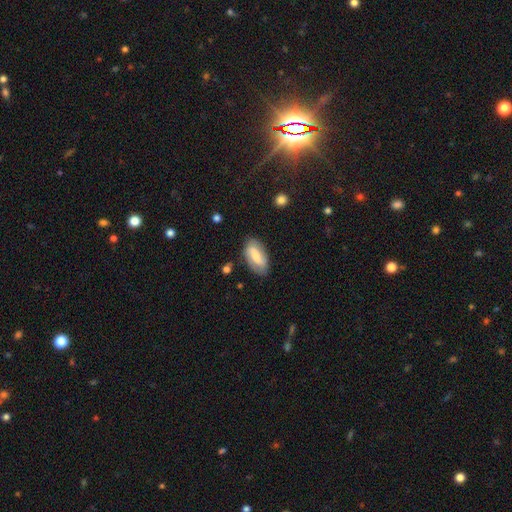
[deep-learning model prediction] Smooth or featured: smooth — 50% (featured or disk — 44%)
Merging: none — 78% (minor disturbance — 16%)